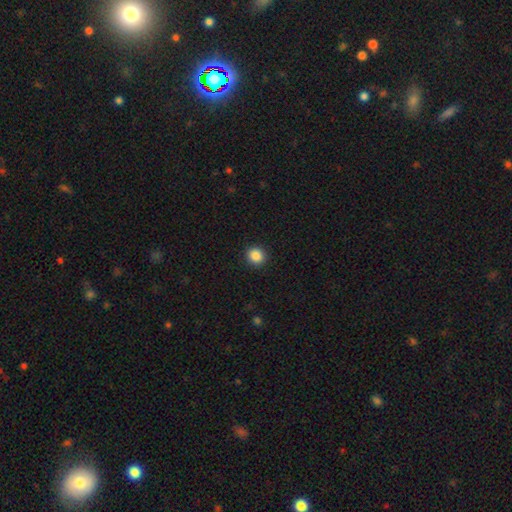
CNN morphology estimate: A smooth galaxy with no disk features (87%) that is round (90%). Merging: none (92%).